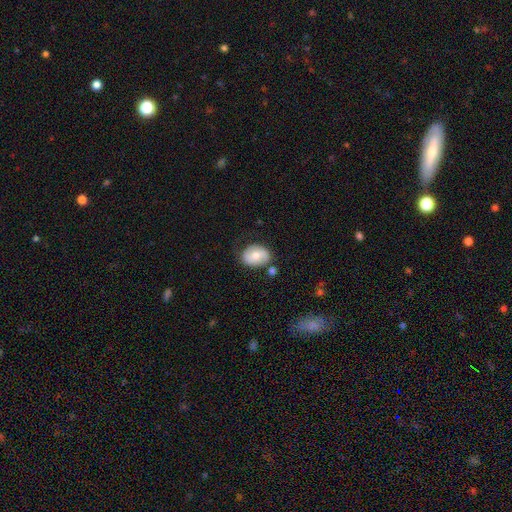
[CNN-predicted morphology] Q: Smooth or featured?
A: smooth (56%); runner-up: featured or disk (37%)
Q: How rounded?
A: in between (64%); runner-up: round (35%)
Q: Merging?
A: none (68%); runner-up: minor disturbance (20%)